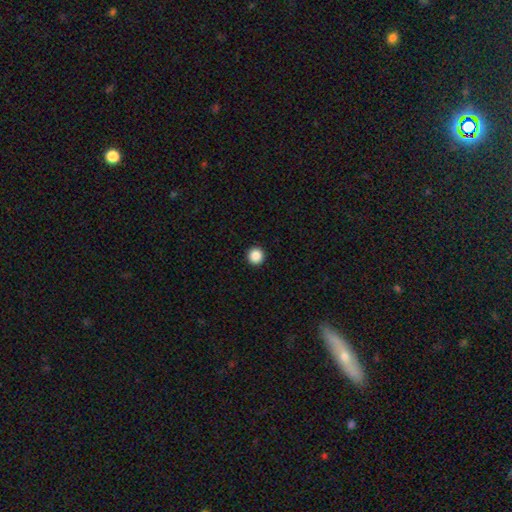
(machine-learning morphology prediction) A smooth galaxy with no disk features (88%) that is round (95%). Merging: none (94%).